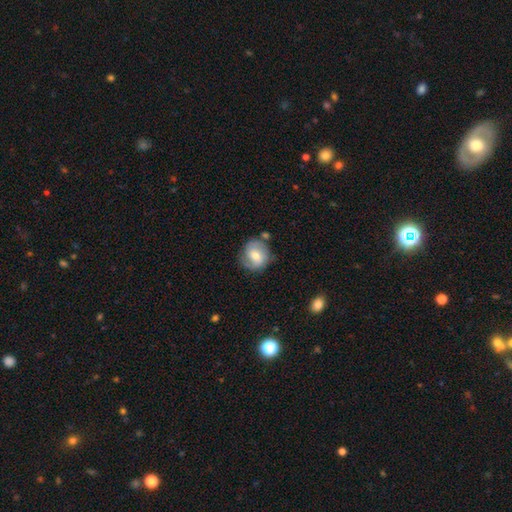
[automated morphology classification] type=smooth (55%); roundness=round (83%); merging=none (68%).